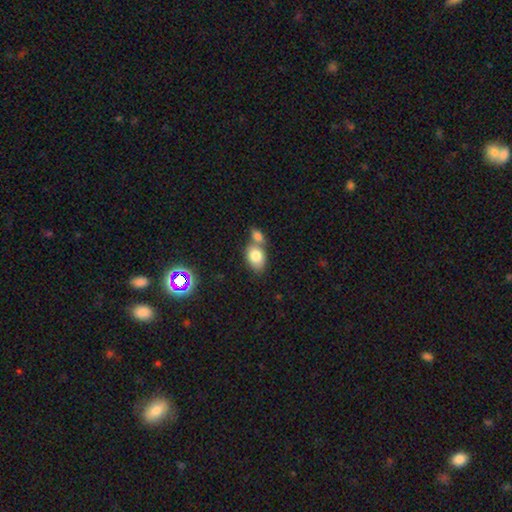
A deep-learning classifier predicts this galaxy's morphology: A smooth galaxy with no disk features (80%) that is in between round and cigar-shaped (82%).

Vote fractions:
- Smooth or featured? smooth: 80% / featured or disk: 12% / star or artifact: 8%
- How rounded? in between: 82% / round: 16% / cigar-shaped: 1%
- Merging? merger: 49% / none: 37% / minor disturbance: 10% / major disturbance: 4%